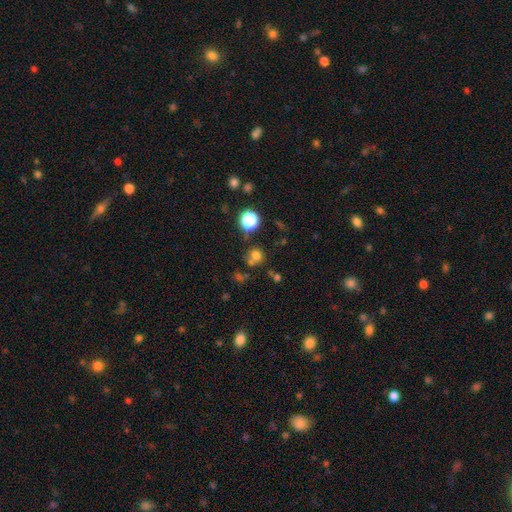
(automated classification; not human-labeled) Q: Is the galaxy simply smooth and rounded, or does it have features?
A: smooth — 69%.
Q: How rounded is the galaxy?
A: round — 86%.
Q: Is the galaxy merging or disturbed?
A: none — 66%.